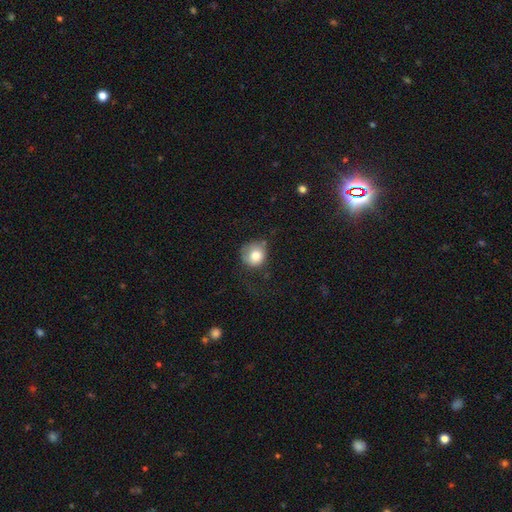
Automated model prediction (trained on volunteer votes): Smooth or featured?
  - smooth: 79% *
  - featured or disk: 12%
  - star or artifact: 9%
How rounded?
  - round: 84% *
  - in between: 15%
  - cigar-shaped: 1%
Merging?
  - none: 49% *
  - minor disturbance: 31%
  - major disturbance: 17%
  - merger: 3%